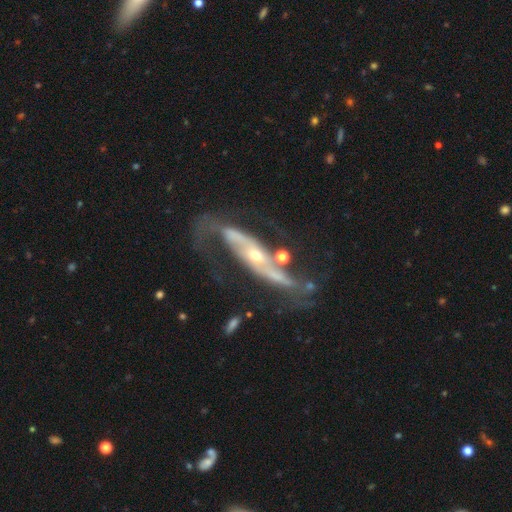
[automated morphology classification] Smooth or featured? Predicted: featured or disk (p=0.86). Edge-on disk? Predicted: no (p=0.79). Bar? Predicted: no (p=0.43). Spiral arms? Predicted: yes (p=0.88). Spiral winding? Predicted: loose (p=0.52). Spiral arm count? Predicted: 2 (p=0.84). Bulge size? Predicted: small (p=0.51). Merging? Predicted: none (p=0.46).